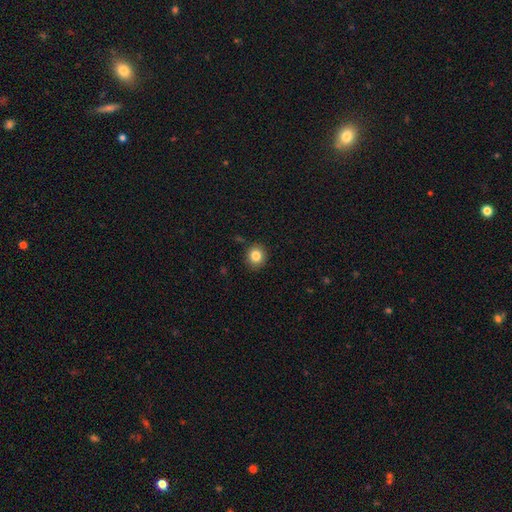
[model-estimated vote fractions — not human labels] This is clearly a smooth galaxy (83%). How rounded: clearly round (84%). Merging: clearly none (89%).